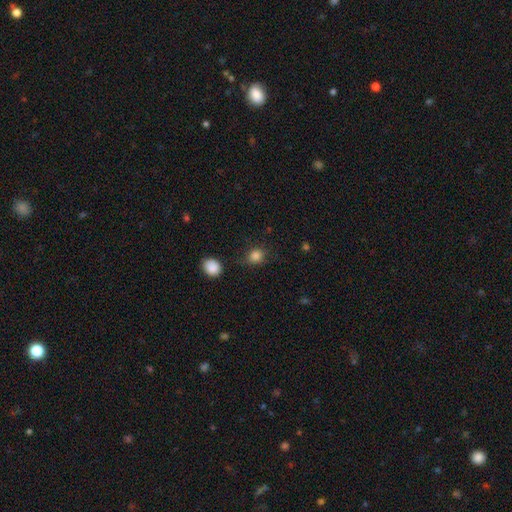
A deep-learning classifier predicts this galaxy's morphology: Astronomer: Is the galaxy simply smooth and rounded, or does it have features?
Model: smooth — 83%.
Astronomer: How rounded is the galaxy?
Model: round — 75%.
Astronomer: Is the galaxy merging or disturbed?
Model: none — 71%.